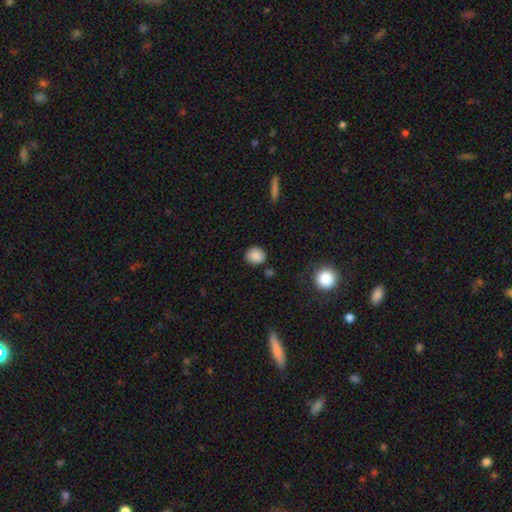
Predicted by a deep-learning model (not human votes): Morphology: type=smooth (86%); roundness=round (75%); merging=none (82%).